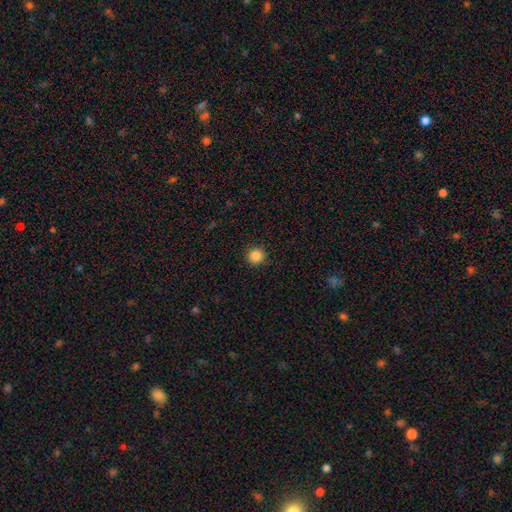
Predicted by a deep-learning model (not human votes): This is clearly a smooth galaxy (86%). How rounded: clearly round (94%). Merging: clearly none (91%).